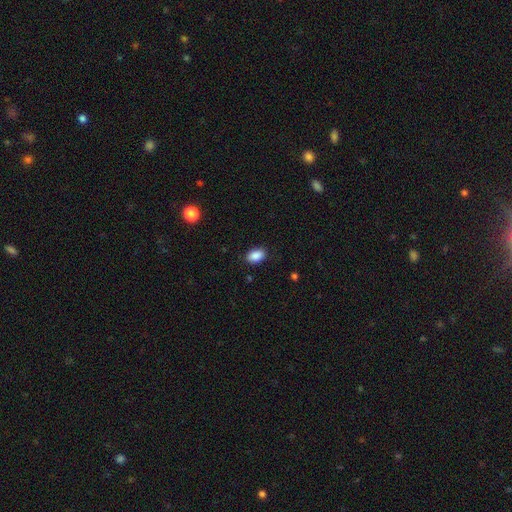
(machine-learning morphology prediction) smooth-or-featured: smooth: 89% | star or artifact: 8% | featured or disk: 4%
  how-rounded: in between: 89% | round: 10% | cigar-shaped: 1%
  merging: none: 86% | minor disturbance: 10% | major disturbance: 2% | merger: 1%